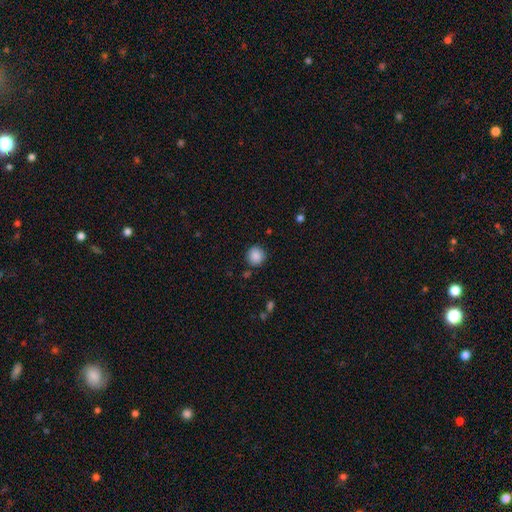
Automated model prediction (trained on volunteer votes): This is clearly a smooth galaxy (88%). How rounded: clearly round (91%). Merging: clearly none (87%).